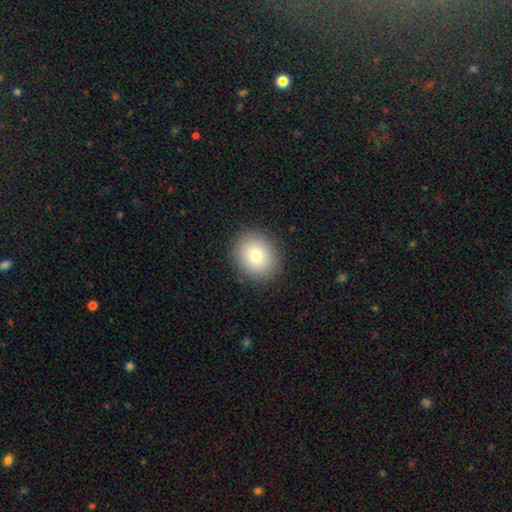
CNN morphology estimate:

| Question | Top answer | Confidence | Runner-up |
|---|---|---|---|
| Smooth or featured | smooth | 79% | featured or disk (11%) |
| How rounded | round | 71% | in between (29%) |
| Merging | none | 90% | minor disturbance (7%) |